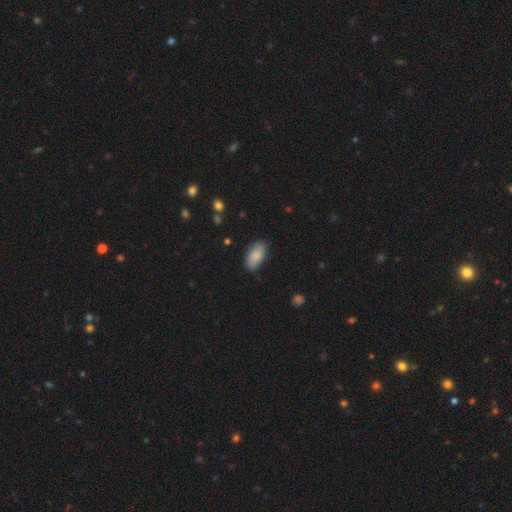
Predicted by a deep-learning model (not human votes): A smooth galaxy with no disk features (86%) that is in between round and cigar-shaped (92%). Merging: none (82%).